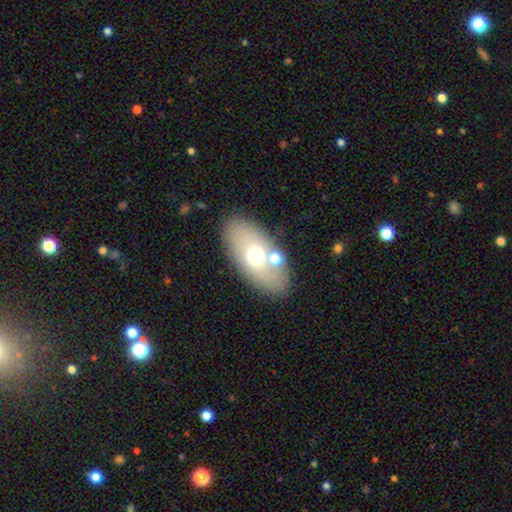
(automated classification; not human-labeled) A smooth galaxy with no disk features (60%) that is in between round and cigar-shaped (89%).

Vote fractions:
- Smooth or featured? smooth: 60% / featured or disk: 30% / star or artifact: 10%
- How rounded? in between: 89% / round: 8% / cigar-shaped: 3%
- Merging? none: 75% / merger: 11% / minor disturbance: 10% / major disturbance: 4%